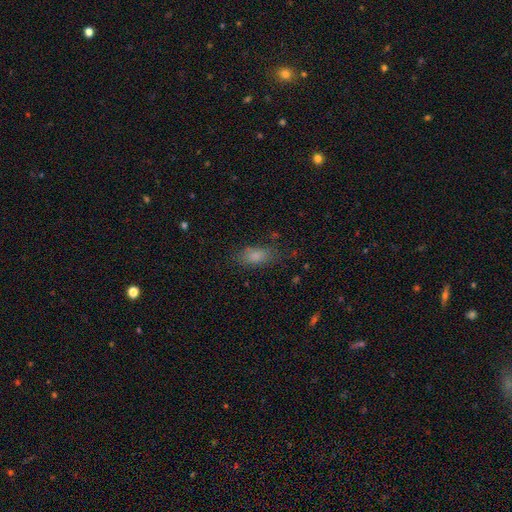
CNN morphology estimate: smooth 82%, star or artifact 11%, featured or disk 8%. Down the decision tree: how rounded — in between (85%); merging — none (72%).